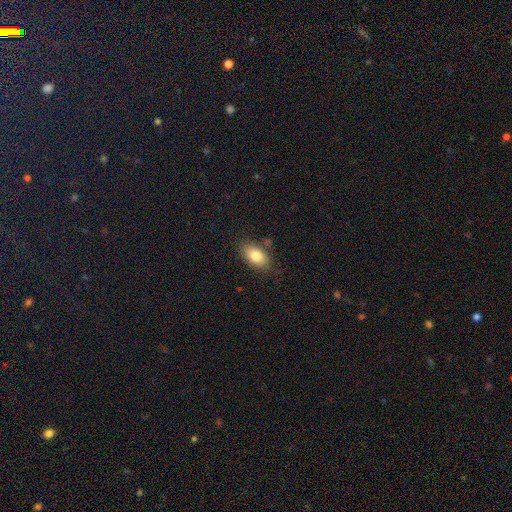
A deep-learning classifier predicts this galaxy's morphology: Smooth or featured: smooth — 82% (featured or disk — 10%)
How rounded: in between — 90% (round — 6%)
Merging: none — 79% (minor disturbance — 14%)